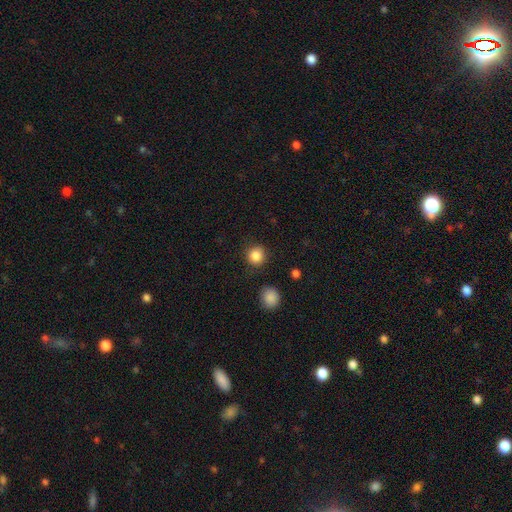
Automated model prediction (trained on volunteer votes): Smooth or featured? Predicted: smooth (p=0.86). How rounded? Predicted: round (p=0.91). Merging? Predicted: none (p=0.86).